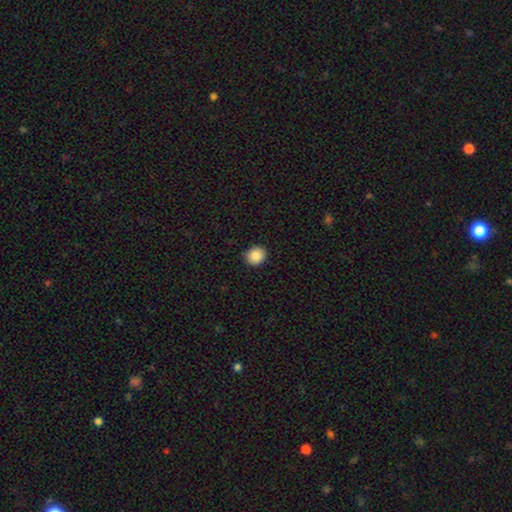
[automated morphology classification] Q: Smooth or featured?
A: smooth (88%); runner-up: star or artifact (9%)
Q: How rounded?
A: round (85%); runner-up: in between (14%)
Q: Merging?
A: none (91%); runner-up: minor disturbance (7%)